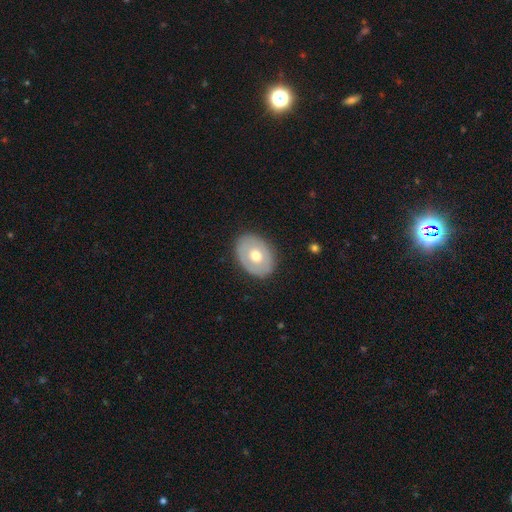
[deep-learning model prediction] A smooth galaxy with no disk features (57%) that is in between round and cigar-shaped (71%). Merging: none (85%).